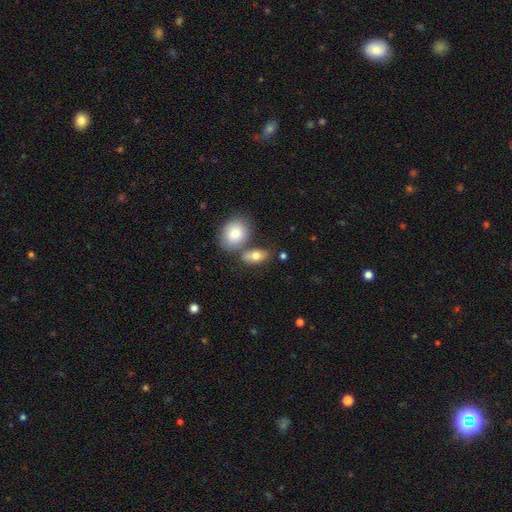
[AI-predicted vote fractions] Q: Smooth or featured?
A: smooth (77%); runner-up: featured or disk (16%)
Q: How rounded?
A: in between (83%); runner-up: round (10%)
Q: Merging?
A: none (56%); runner-up: merger (28%)